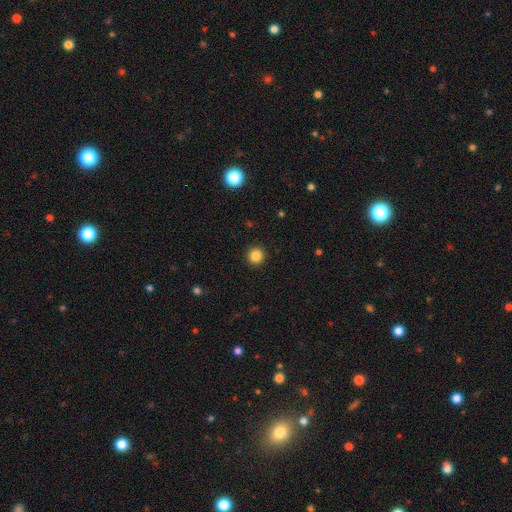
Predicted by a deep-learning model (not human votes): smooth_or_featured: smooth (p=0.85) [alt: star or artifact p=0.11]
how_rounded: round (p=0.95) [alt: in between p=0.04]
merging: none (p=0.93) [alt: minor disturbance p=0.04]